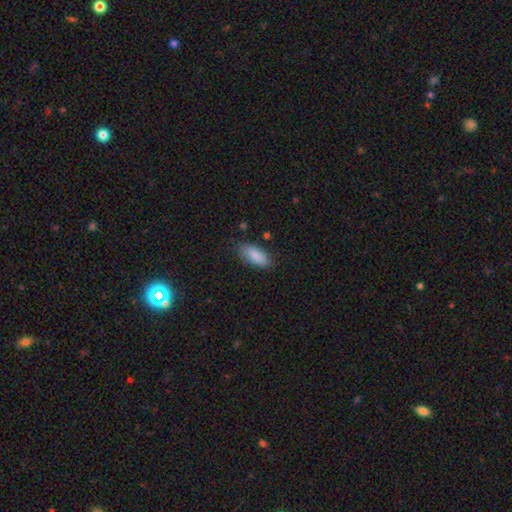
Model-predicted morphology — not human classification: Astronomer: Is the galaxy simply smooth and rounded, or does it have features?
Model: smooth — 84%.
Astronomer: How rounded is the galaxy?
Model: in between — 82%.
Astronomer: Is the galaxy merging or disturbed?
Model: none — 79%.